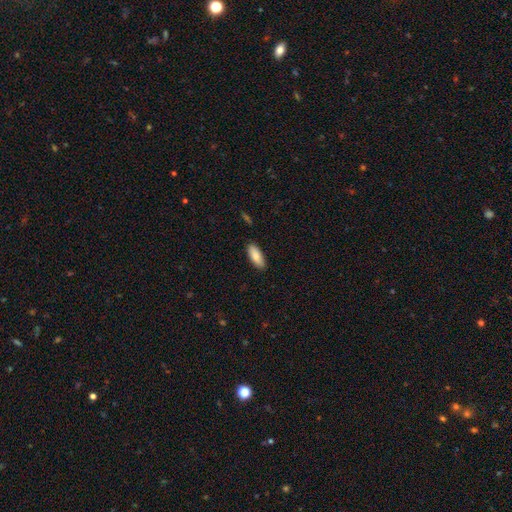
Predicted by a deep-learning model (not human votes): Smooth or featured? Predicted: smooth (p=0.86). How rounded? Predicted: in between (p=0.75). Merging? Predicted: none (p=0.88).